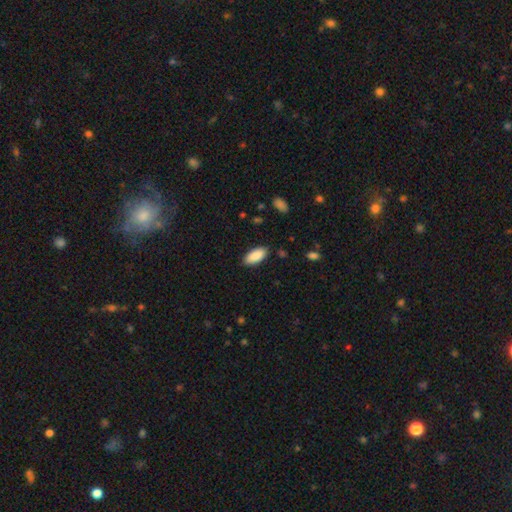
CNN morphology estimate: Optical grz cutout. It shows a smooth galaxy with no disk features (90%) that is in between round and cigar-shaped (89%). Merging: none (87%).